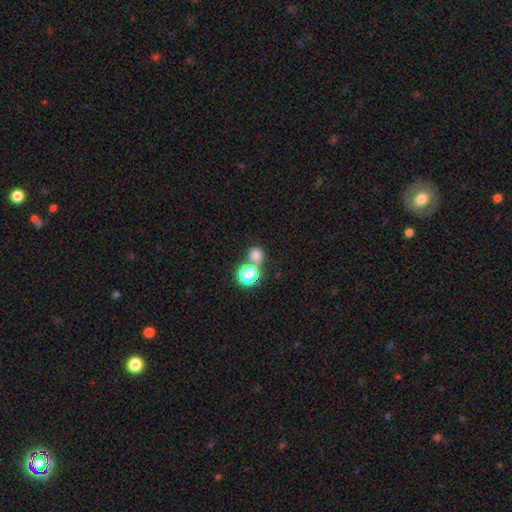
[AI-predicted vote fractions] The model was most divided on "merging": none: 55%, merger: 34%, minor disturbance: 7%, major disturbance: 3%. More confident: how rounded — round (85%); smooth or featured — smooth (75%).